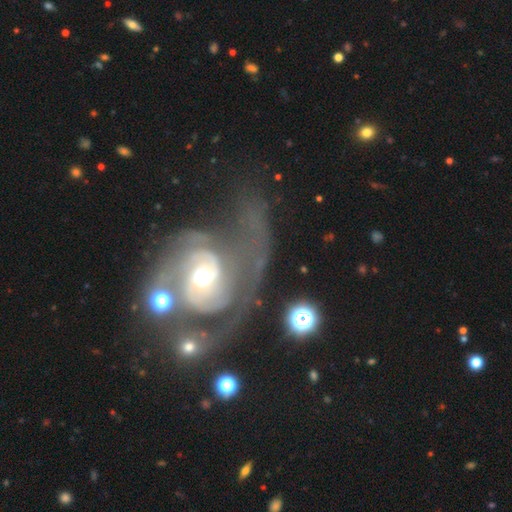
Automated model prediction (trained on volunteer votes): This appears to be a featured or disk galaxy (85%) with no bar (61%), 2 (52%) tight (44%) spiral arms (90%) and a small central bulge (47%). Merging: none (38%).